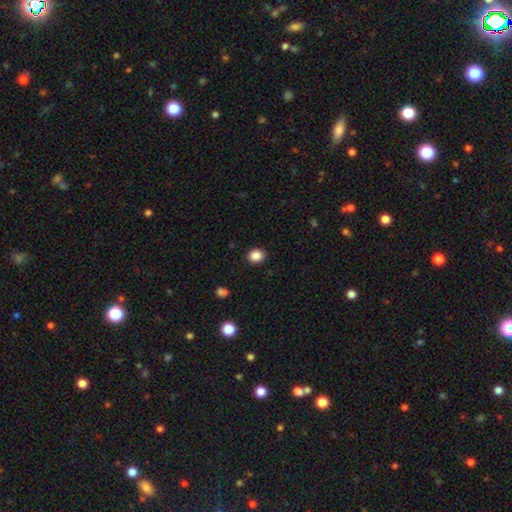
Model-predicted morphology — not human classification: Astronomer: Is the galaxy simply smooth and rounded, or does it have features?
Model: smooth — 86%.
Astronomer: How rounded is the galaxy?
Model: round — 76%.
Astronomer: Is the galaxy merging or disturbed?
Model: none — 91%.